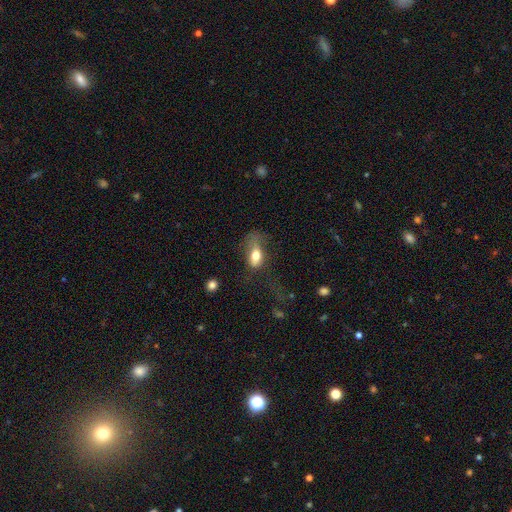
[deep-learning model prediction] Smooth or featured: smooth — 70% (featured or disk — 22%)
How rounded: in between — 83% (cigar-shaped — 9%)
Merging: major disturbance — 46% (none — 26%)